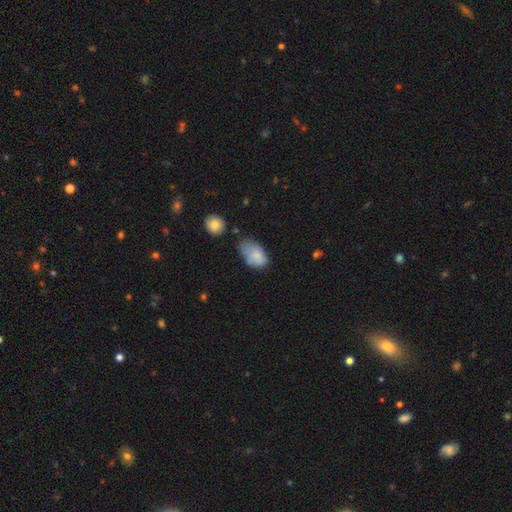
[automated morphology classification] Smooth or featured?
  - smooth: 74% *
  - featured or disk: 17%
  - star or artifact: 8%
How rounded?
  - in between: 90% *
  - round: 9%
  - cigar-shaped: 2%
Merging?
  - minor disturbance: 38% *
  - none: 33%
  - major disturbance: 18%
  - merger: 11%